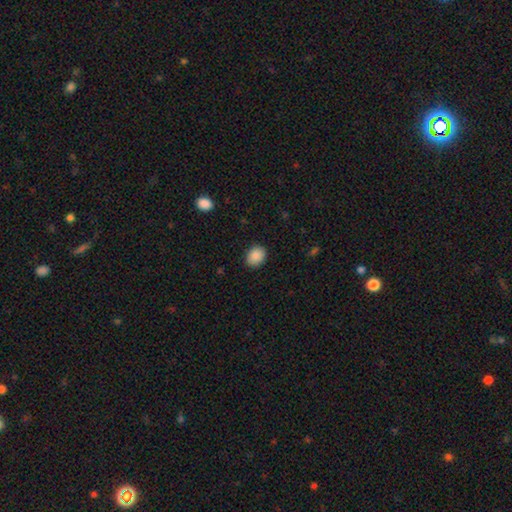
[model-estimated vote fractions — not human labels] Q: Smooth or featured?
A: smooth (89%); runner-up: star or artifact (8%)
Q: How rounded?
A: in between (53%); runner-up: round (46%)
Q: Merging?
A: none (88%); runner-up: minor disturbance (9%)